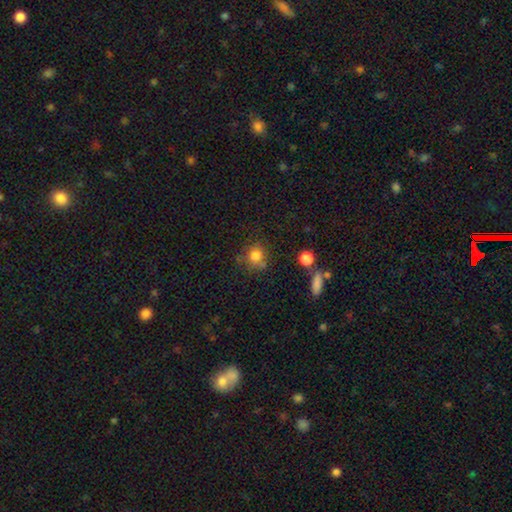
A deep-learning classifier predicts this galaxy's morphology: Smooth or featured? Predicted: smooth (p=0.80). How rounded? Predicted: round (p=0.82). Merging? Predicted: none (p=0.67).